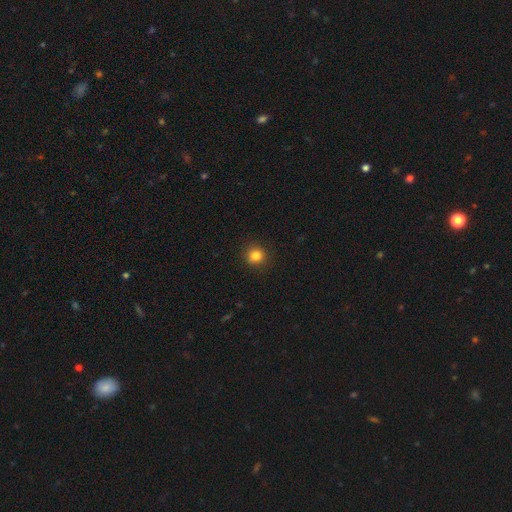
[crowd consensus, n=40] Smooth or featured?
  - smooth: 85% *
  - star or artifact: 12%
  - featured or disk: 2%
How rounded?
  - round: 91% *
  - in between: 9%
  - cigar-shaped: 0%
Merging?
  - none: 89% *
  - minor disturbance: 9%
  - major disturbance: 3%
  - merger: 0%